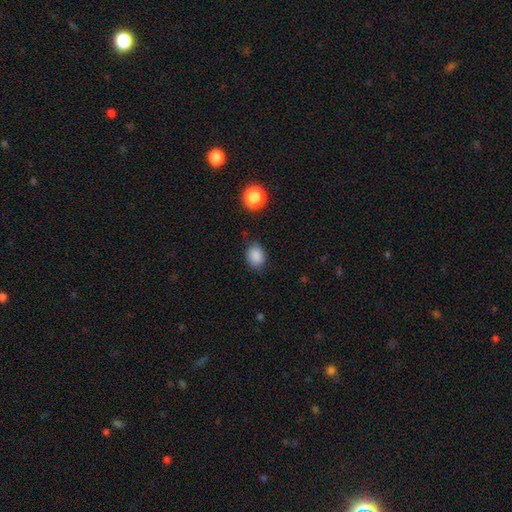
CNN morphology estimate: This appears to be a smooth galaxy with no disk features (87%) that is in between round and cigar-shaped (62%). Merging: none (79%).